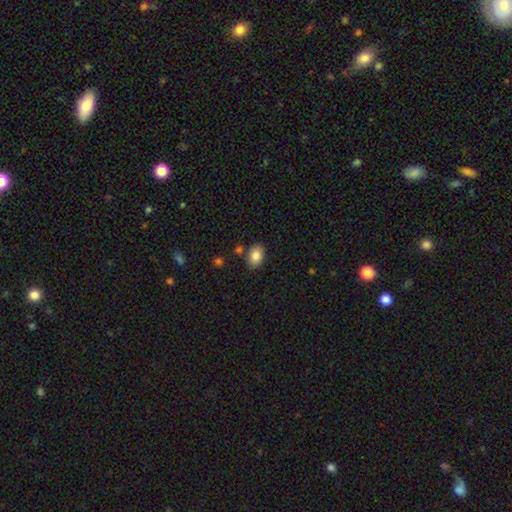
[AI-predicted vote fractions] The model was most divided on "how rounded": in between: 82%, round: 17%, cigar-shaped: 1%. More confident: smooth or featured — smooth (85%); merging — none (81%).